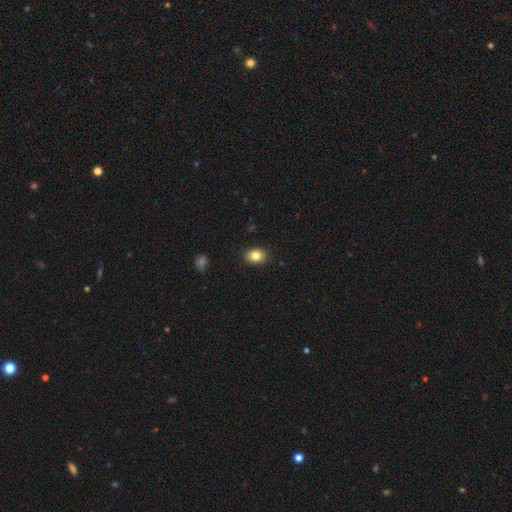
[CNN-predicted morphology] smooth-or-featured: smooth: 83% | star or artifact: 9% | featured or disk: 7%
  how-rounded: in between: 66% | round: 33% | cigar-shaped: 1%
  merging: none: 89% | minor disturbance: 8% | major disturbance: 2% | merger: 1%